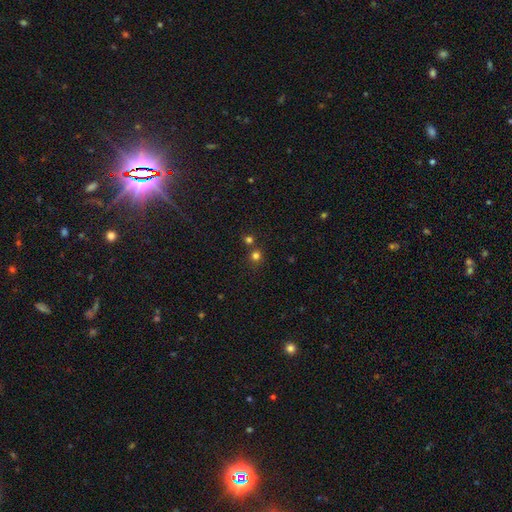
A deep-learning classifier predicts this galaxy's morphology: The model was most divided on "merging": none: 71%, merger: 20%, minor disturbance: 7%, major disturbance: 3%. More confident: how rounded — round (90%); smooth or featured — smooth (74%).